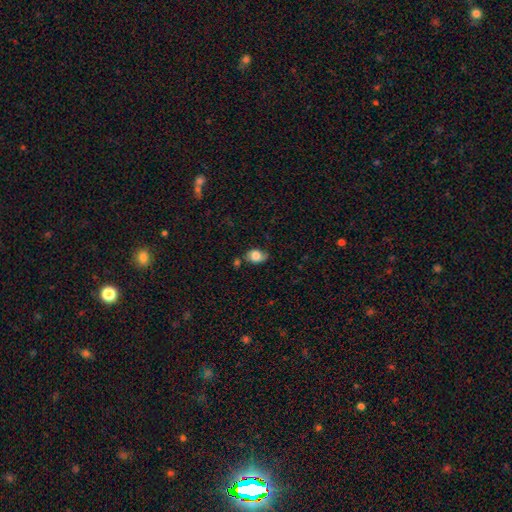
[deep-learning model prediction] The model was most divided on "merging": none: 53%, minor disturbance: 31%, major disturbance: 9%, merger: 7%. More confident: how rounded — in between (71%); smooth or featured — smooth (70%).